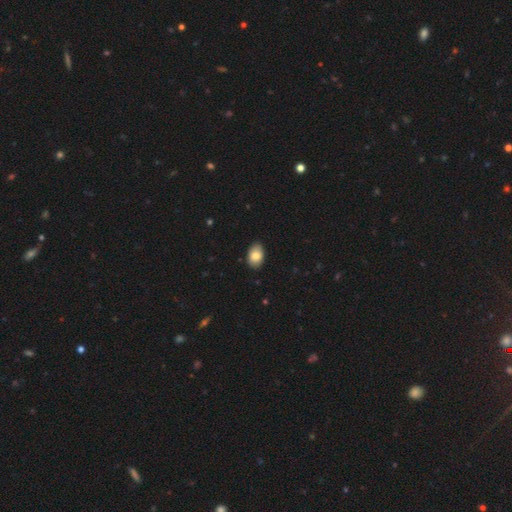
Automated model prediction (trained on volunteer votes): Smooth or featured? Predicted: smooth (p=0.84). How rounded? Predicted: in between (p=0.88). Merging? Predicted: none (p=0.87).